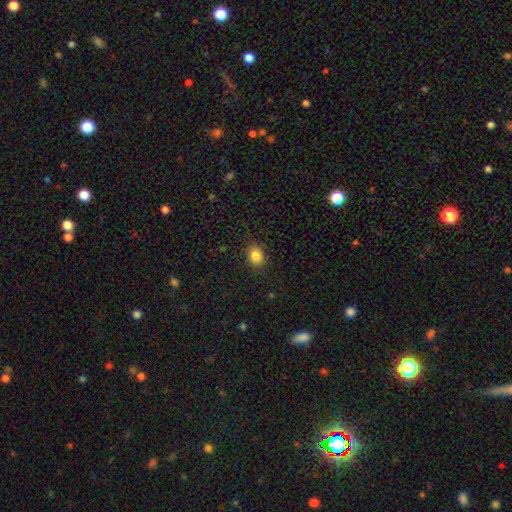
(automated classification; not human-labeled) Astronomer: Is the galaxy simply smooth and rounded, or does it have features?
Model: smooth — 85%.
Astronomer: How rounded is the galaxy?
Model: in between — 55% (runner-up: round, 44%).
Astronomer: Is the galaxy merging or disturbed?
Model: none — 87%.